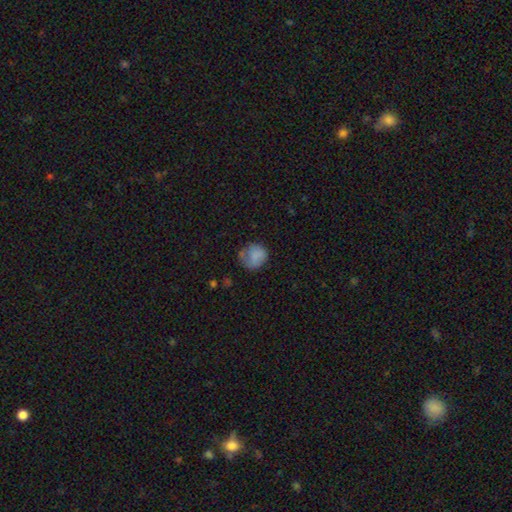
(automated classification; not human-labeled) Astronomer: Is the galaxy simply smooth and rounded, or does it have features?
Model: smooth — 79%.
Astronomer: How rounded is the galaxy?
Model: round — 80%.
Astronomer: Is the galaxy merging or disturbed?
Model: none — 54%.